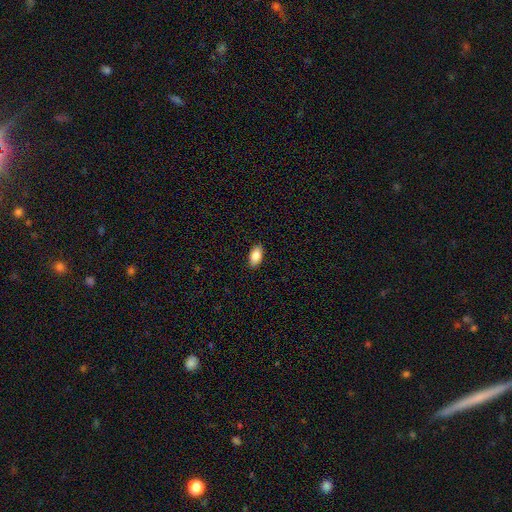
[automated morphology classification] type=smooth (88%); roundness=in between (94%); merging=none (89%).